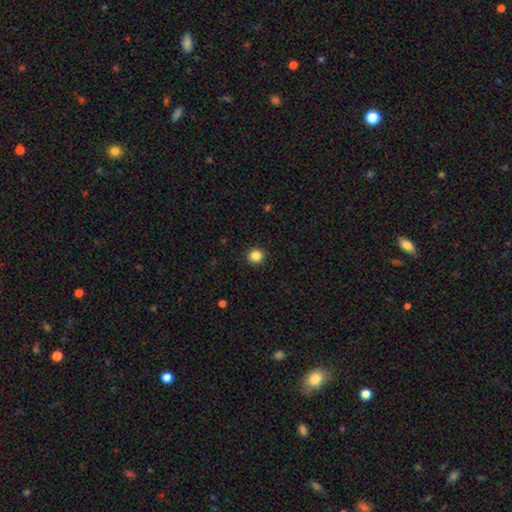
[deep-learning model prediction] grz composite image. It shows a smooth galaxy with no disk features (86%) that is round (93%). Merging: none (93%).